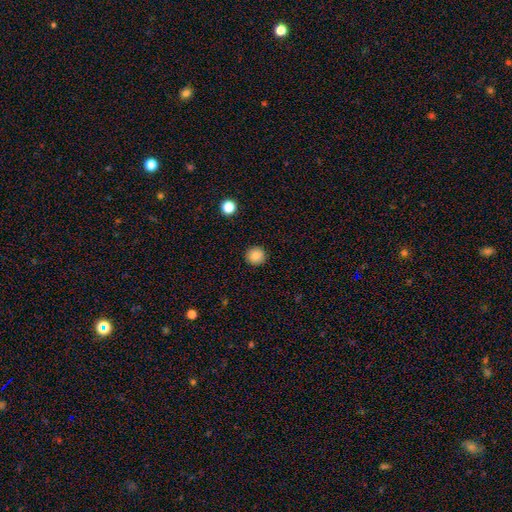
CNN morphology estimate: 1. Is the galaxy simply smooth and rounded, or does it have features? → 87% smooth, 10% star or artifact, 4% featured or disk.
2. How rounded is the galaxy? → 93% round, 6% in between, 1% cigar-shaped.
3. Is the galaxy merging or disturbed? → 92% none, 6% minor disturbance, 2% major disturbance, 1% merger.